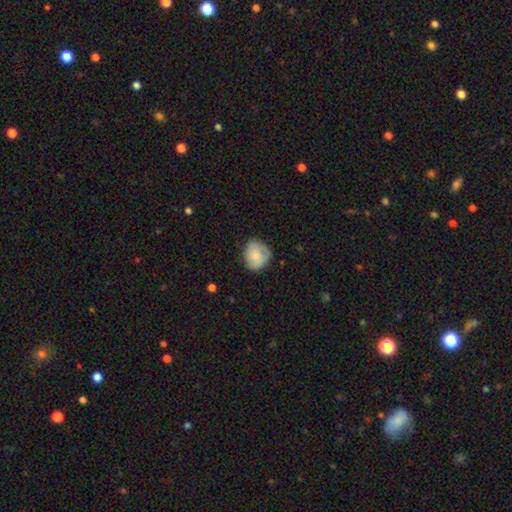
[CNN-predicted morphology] This appears to be a smooth galaxy with no disk features (77%) that is round (72%). Merging: none (67%).